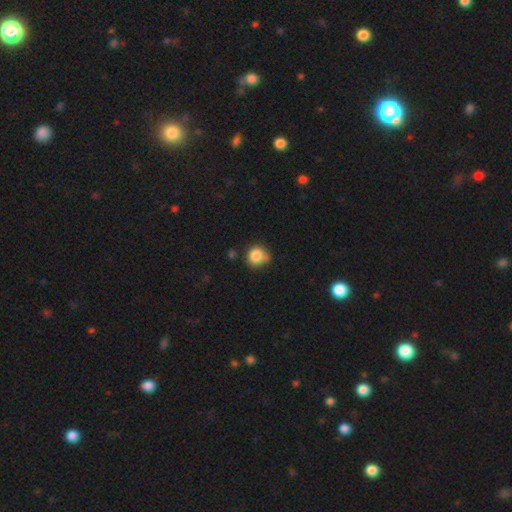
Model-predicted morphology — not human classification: Smooth or featured: smooth — 84% (star or artifact — 10%)
How rounded: round — 85% (in between — 14%)
Merging: none — 59% (minor disturbance — 25%)